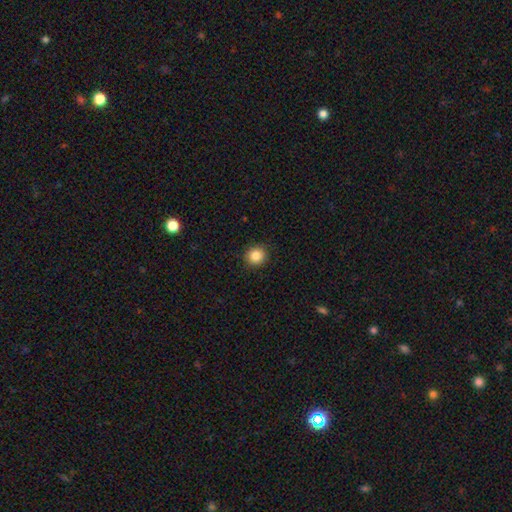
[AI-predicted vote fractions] The model was most divided on "smooth or featured": smooth: 85%, star or artifact: 10%, featured or disk: 5%. More confident: merging — none (91%); how rounded — round (90%).